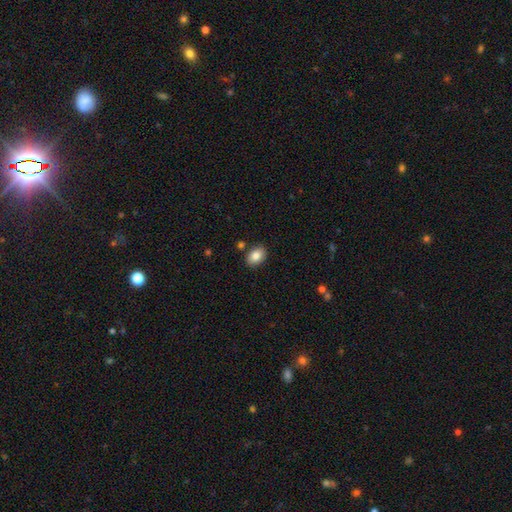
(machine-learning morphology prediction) Q: Smooth or featured?
A: smooth (85%); runner-up: star or artifact (8%)
Q: How rounded?
A: in between (78%); runner-up: round (21%)
Q: Merging?
A: none (84%); runner-up: minor disturbance (10%)